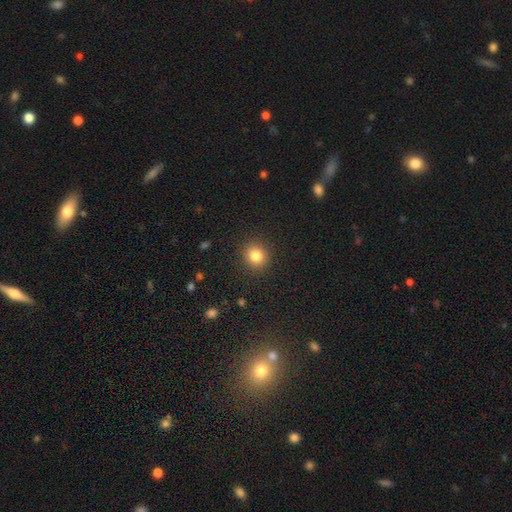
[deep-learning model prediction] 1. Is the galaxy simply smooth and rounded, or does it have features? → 83% smooth, 11% star or artifact, 6% featured or disk.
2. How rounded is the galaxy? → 84% round, 16% in between, 1% cigar-shaped.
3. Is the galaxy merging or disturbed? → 90% none, 7% minor disturbance, 2% major disturbance, 1% merger.